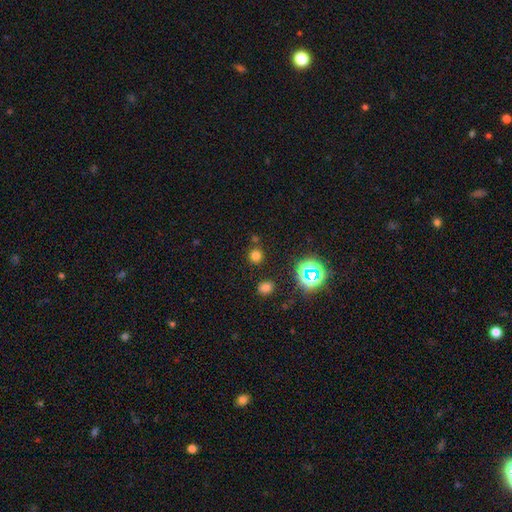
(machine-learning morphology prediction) smooth_or_featured: smooth (p=0.68) [alt: star or artifact p=0.26]
how_rounded: round (p=0.91) [alt: in between p=0.08]
merging: none (p=0.82) [alt: merger p=0.08]